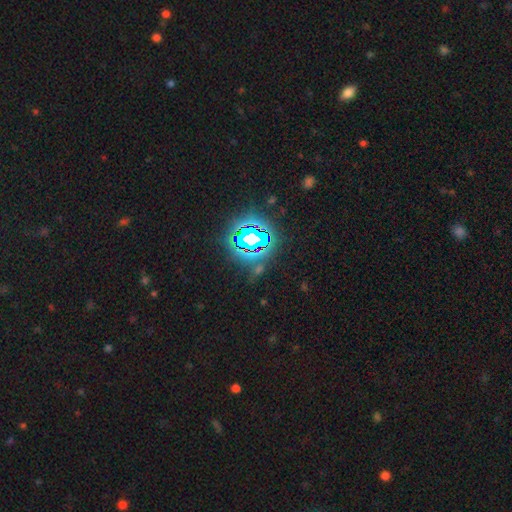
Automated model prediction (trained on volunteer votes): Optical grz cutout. It shows a star or artifact, not a galaxy (84%).